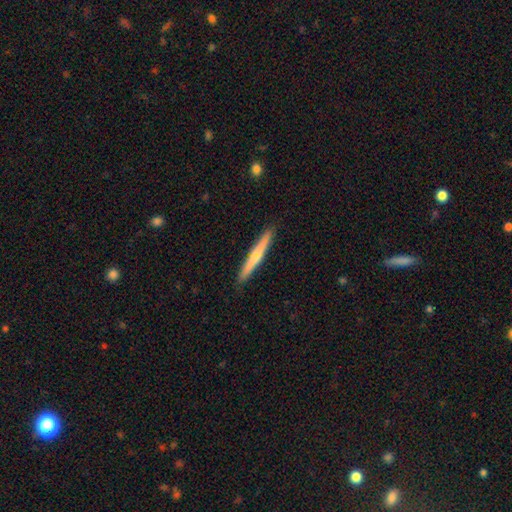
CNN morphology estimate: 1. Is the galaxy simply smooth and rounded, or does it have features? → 56% smooth, 38% featured or disk, 5% star or artifact.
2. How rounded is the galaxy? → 96% cigar-shaped, 2% in between, 1% round.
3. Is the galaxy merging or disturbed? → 91% none, 6% minor disturbance, 1% major disturbance, 1% merger.